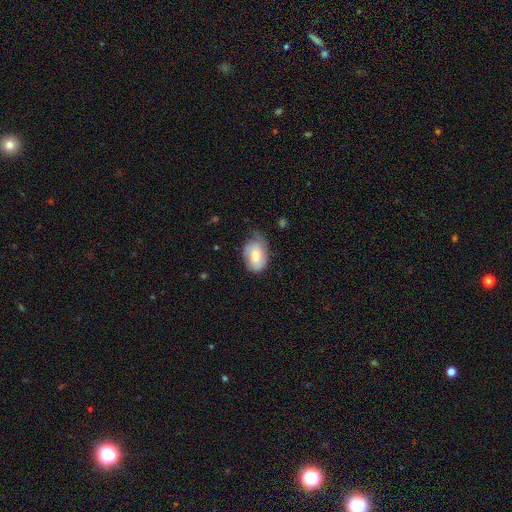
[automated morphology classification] Smooth or featured? smooth (75%)
How rounded? in between (87%)
Merging? none (43%)